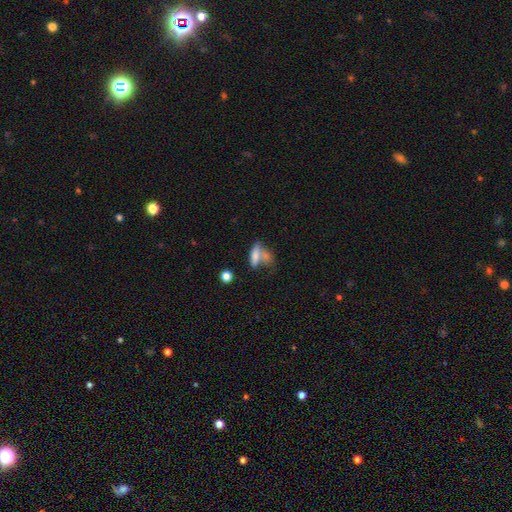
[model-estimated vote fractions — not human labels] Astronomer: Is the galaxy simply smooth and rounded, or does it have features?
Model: smooth — 65%.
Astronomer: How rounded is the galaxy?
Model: in between — 56% (runner-up: cigar-shaped, 37%).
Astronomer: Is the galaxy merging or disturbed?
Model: merger — 43% (runner-up: none, 33%).